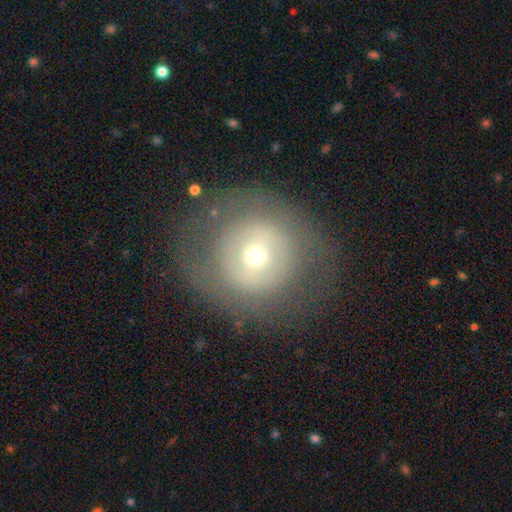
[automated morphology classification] Smooth or featured?
  - featured or disk: 46% *
  - smooth: 44%
  - star or artifact: 10%
Merging?
  - none: 79% *
  - minor disturbance: 11%
  - major disturbance: 8%
  - merger: 1%